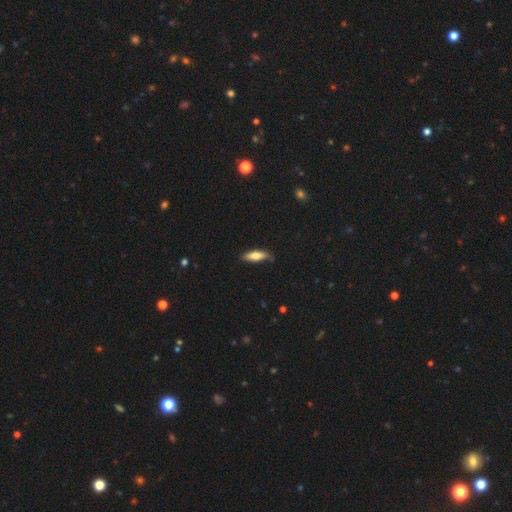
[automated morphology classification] smooth_or_featured: smooth (p=0.77) [alt: featured or disk p=0.17]
how_rounded: in between (p=0.55) [alt: cigar-shaped p=0.43]
merging: none (p=0.67) [alt: minor disturbance p=0.26]